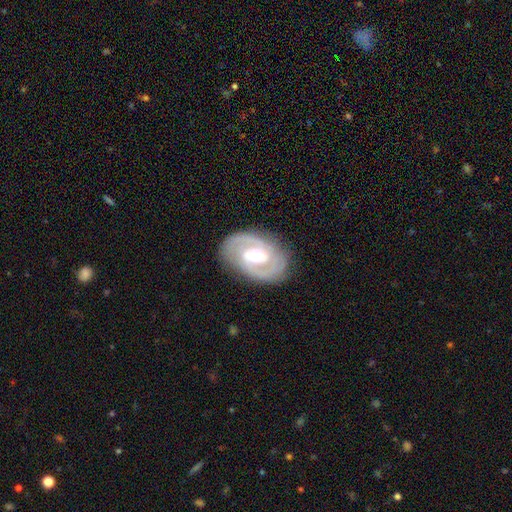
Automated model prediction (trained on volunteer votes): smooth_or_featured: featured or disk (p=0.87) [alt: smooth p=0.09]
disk_edge_on: no (p=0.96) [alt: yes p=0.04]
bar: weak (p=0.48) [alt: strong p=0.26]
has_spiral_arms: yes (p=0.92) [alt: no p=0.08]
spiral_winding: tight (p=0.49) [alt: medium p=0.42]
spiral_arm_count: 2 (p=0.86) [alt: can't tell p=0.06]
bulge_size: moderate (p=0.72) [alt: small p=0.19]
merging: none (p=0.83) [alt: minor disturbance p=0.12]